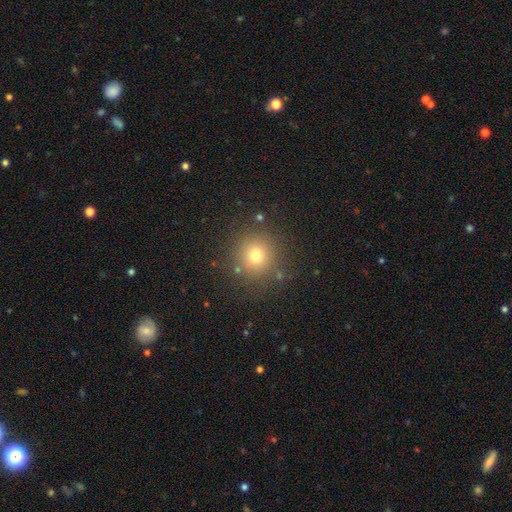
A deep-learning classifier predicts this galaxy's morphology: smooth-or-featured: smooth: 71% | star or artifact: 19% | featured or disk: 10%
  how-rounded: round: 94% | in between: 5% | cigar-shaped: 1%
  merging: none: 86% | minor disturbance: 8% | major disturbance: 3% | merger: 3%